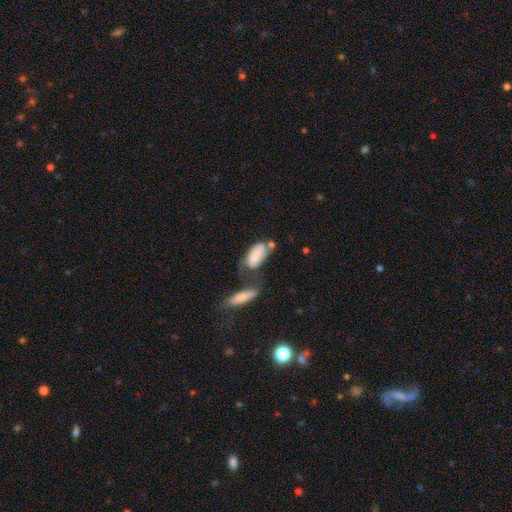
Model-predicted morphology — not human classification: Overall: smooth (74%). How rounded: in between (85%). Merging: merger (40%; none 26%).